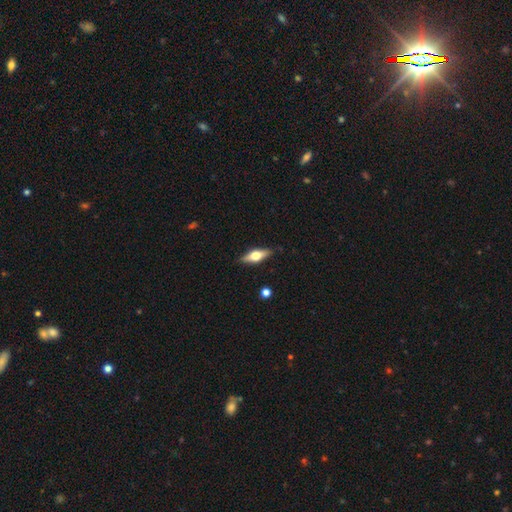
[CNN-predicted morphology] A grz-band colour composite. It shows a featured or disk galaxy (56%) viewed edge-on (92%) with a rounded central bulge (94%). Merging: none (87%).